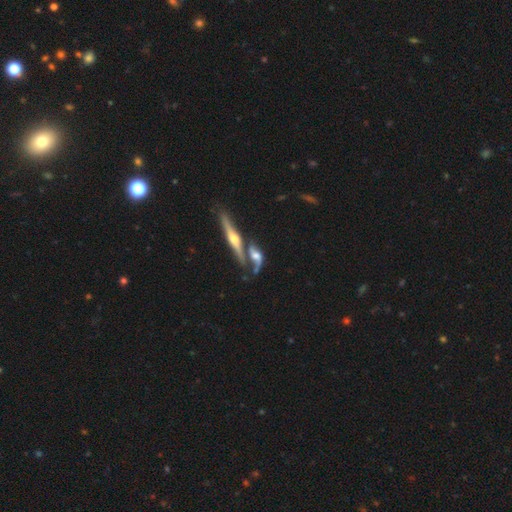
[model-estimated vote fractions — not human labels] smooth_or_featured: featured or disk (p=0.79) [alt: smooth p=0.14]
disk_edge_on: yes (p=0.63) [alt: no p=0.37]
merging: merger (p=0.41) [alt: none p=0.37]